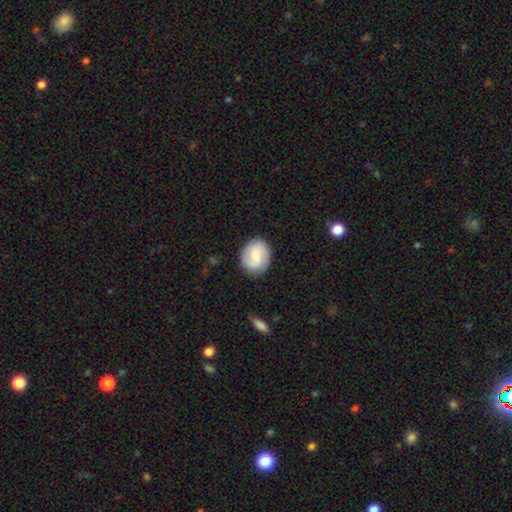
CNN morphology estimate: smooth-or-featured: featured or disk: 54% | smooth: 39% | star or artifact: 7%
  disk-edge-on: no: 98% | yes: 2%
    bar: weak: 48% | no: 43% | strong: 9%
    has-spiral-arms: yes: 92% | no: 8%
    bulge-size: small: 44% | moderate: 36% | none: 13% | large: 6% | dominant: 2%
  merging: none: 84% | minor disturbance: 11% | major disturbance: 3% | merger: 1%